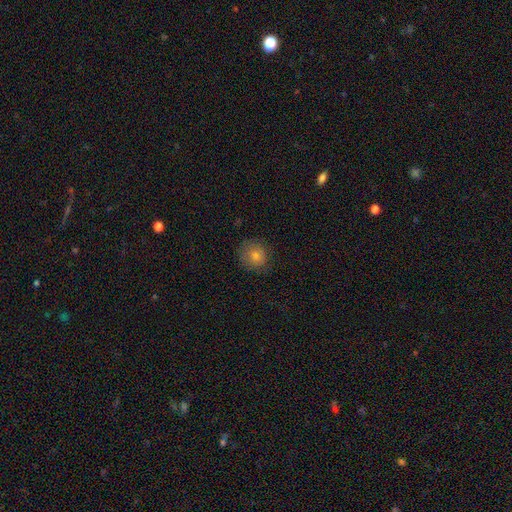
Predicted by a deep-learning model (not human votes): A smooth galaxy with no disk features (72%) that is round (89%). Merging: none (82%).